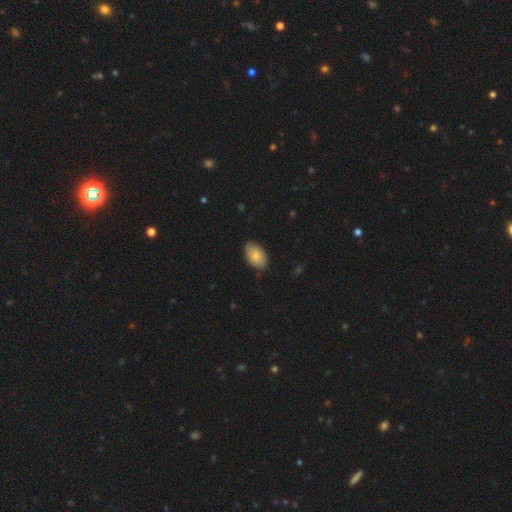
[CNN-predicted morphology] Smooth or featured: smooth — 82% (featured or disk — 11%)
How rounded: in between — 91% (round — 8%)
Merging: none — 80% (minor disturbance — 16%)